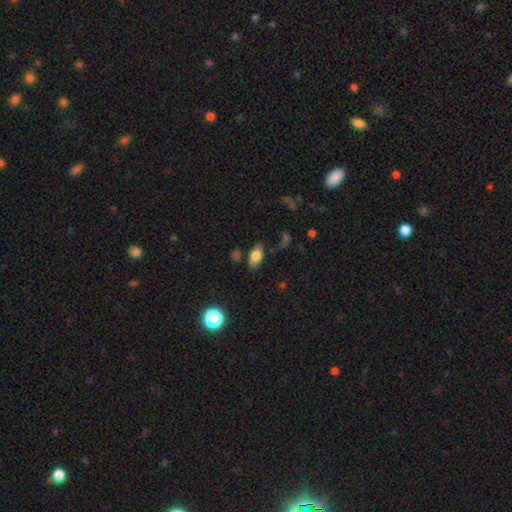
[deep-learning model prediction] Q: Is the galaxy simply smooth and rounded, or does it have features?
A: smooth — 79%.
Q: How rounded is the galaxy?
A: in between — 90%.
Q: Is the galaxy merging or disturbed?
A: none — 77%.